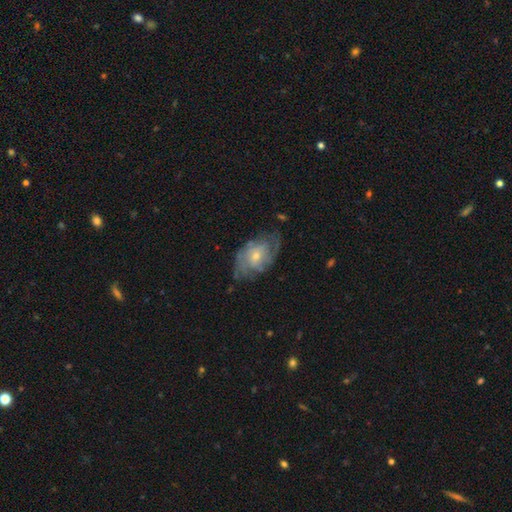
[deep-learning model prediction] Overall: featured or disk (72%). Edge-on disk: no (95%). Bar: no (65%; weak 30%). Spiral arms: yes (84%). Spiral arm count: 2 (41%; can't tell 38%). Spiral winding: tight (44%; medium 39%). Bulge size: small (58%; moderate 37%). Merging: none (65%).